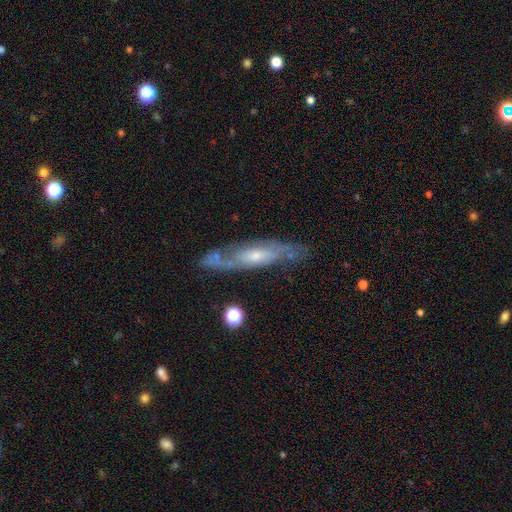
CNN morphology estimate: smooth_or_featured: featured or disk (p=0.78) [alt: smooth p=0.15]
disk_edge_on: no (p=0.62) [alt: yes p=0.38]
merging: none (p=0.75) [alt: minor disturbance p=0.16]